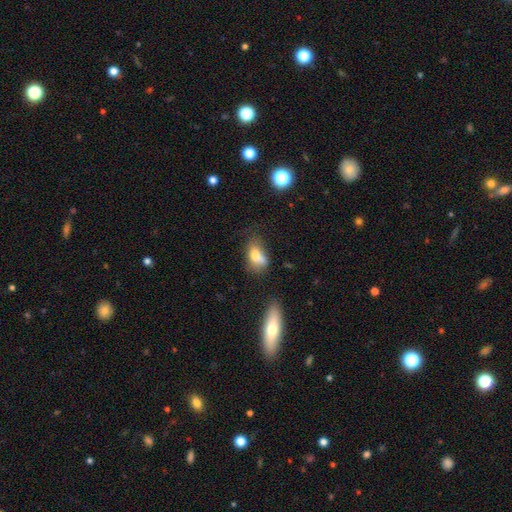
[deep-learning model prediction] smooth_or_featured: smooth (p=0.71) [alt: featured or disk p=0.18]
how_rounded: in between (p=0.83) [alt: round p=0.13]
merging: none (p=0.34) [alt: minor disturbance p=0.30]